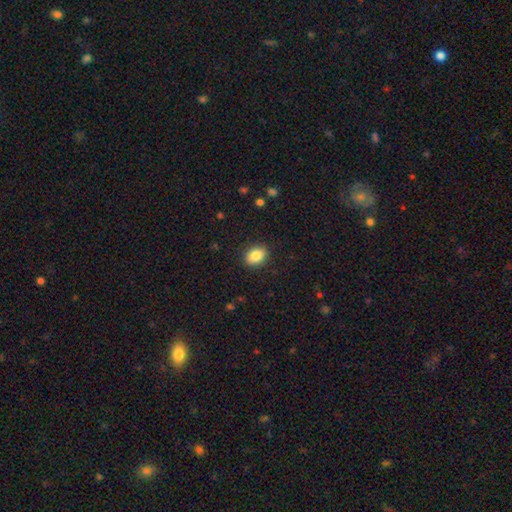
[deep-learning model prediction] Overall: smooth (86%). How rounded: in between (75%). Merging: none (88%).